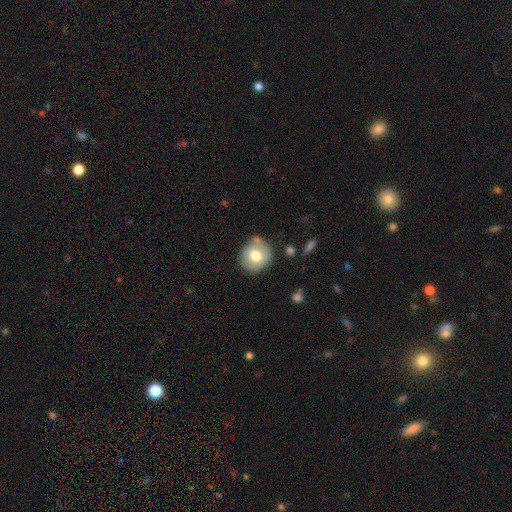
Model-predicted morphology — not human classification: Overall: smooth (64%; featured or disk 28%). How rounded: round (76%). Merging: none (74%).